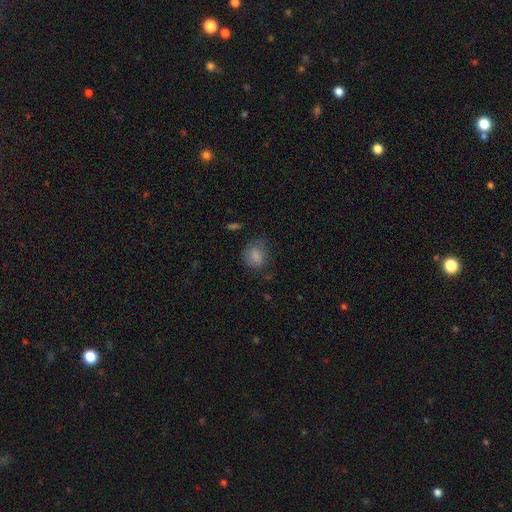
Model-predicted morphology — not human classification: Q: Smooth or featured?
A: smooth (82%); runner-up: star or artifact (10%)
Q: How rounded?
A: round (53%); runner-up: in between (46%)
Q: Merging?
A: none (60%); runner-up: minor disturbance (27%)